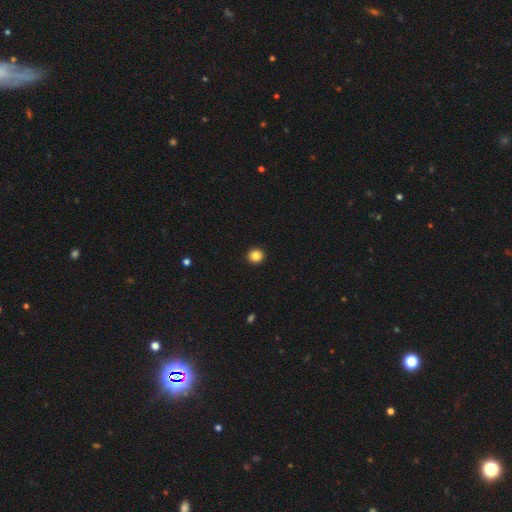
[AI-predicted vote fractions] smooth-or-featured: smooth: 85% | star or artifact: 11% | featured or disk: 4%
  how-rounded: round: 93% | in between: 6% | cigar-shaped: 1%
  merging: none: 94% | minor disturbance: 4% | major disturbance: 1% | merger: 1%